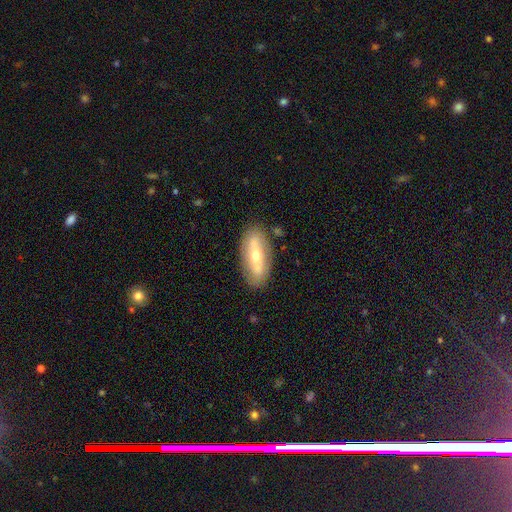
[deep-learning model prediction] A featured or disk galaxy (56%). Merging: none (82%).